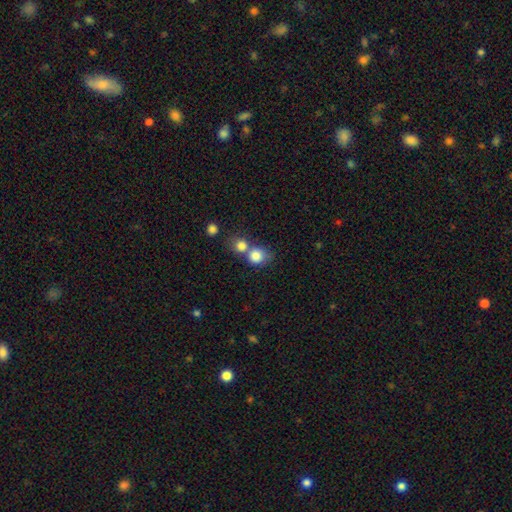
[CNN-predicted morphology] A smooth galaxy with no disk features (82%) that is round (76%). Merging: merger (50%).